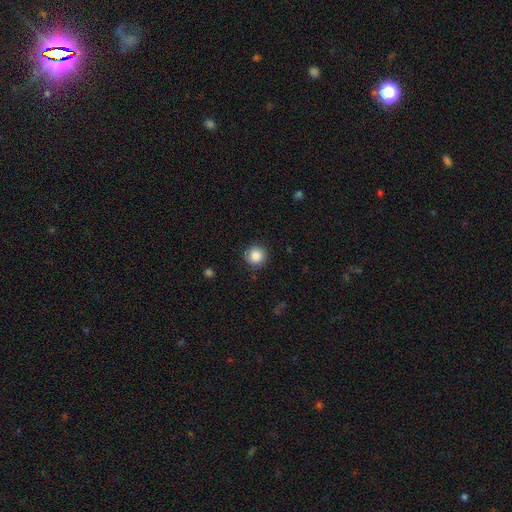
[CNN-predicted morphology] Smooth or featured? smooth (86%)
How rounded? round (94%)
Merging? none (89%)